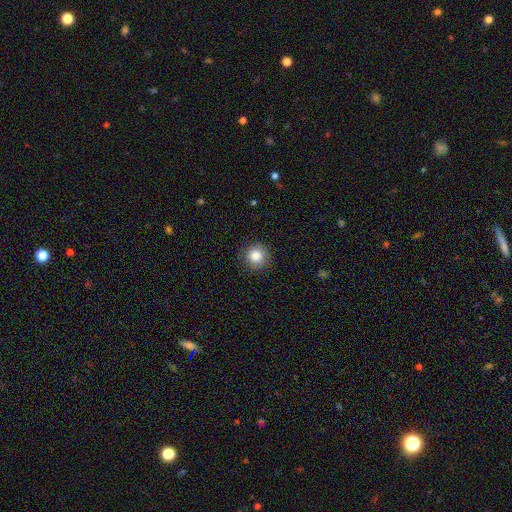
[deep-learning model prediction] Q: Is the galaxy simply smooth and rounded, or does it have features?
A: smooth — 85%.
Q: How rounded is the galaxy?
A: round — 94%.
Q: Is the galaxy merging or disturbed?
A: none — 89%.